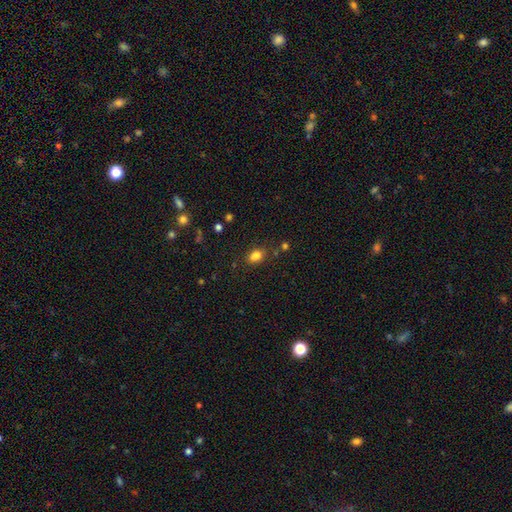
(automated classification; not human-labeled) Overall: smooth (82%). How rounded: in between (79%). Merging: none (76%).